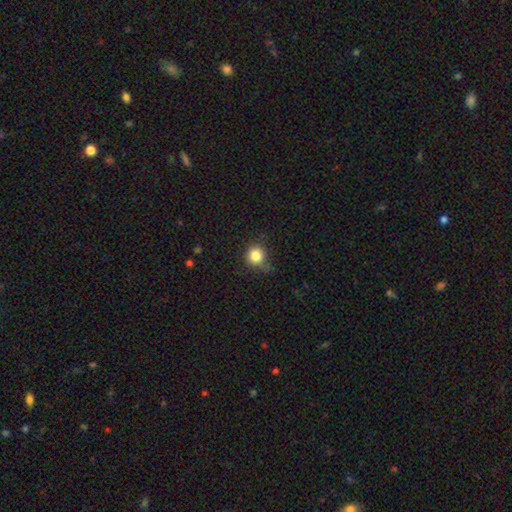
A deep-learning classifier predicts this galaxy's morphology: The model was most divided on "merging": none: 76%, minor disturbance: 18%, major disturbance: 4%, merger: 2%. More confident: how rounded — round (89%); smooth or featured — smooth (83%).